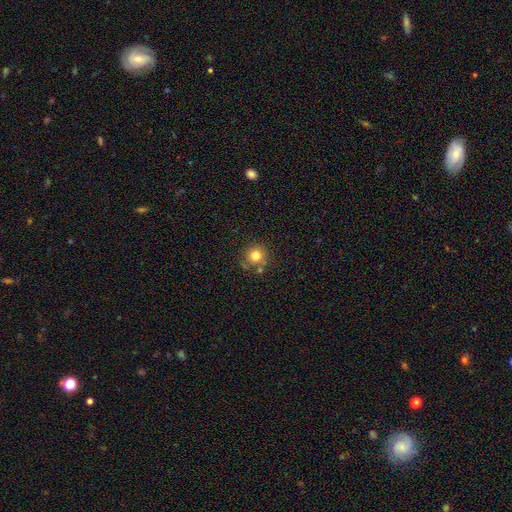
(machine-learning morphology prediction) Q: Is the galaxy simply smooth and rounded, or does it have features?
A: smooth — 78%.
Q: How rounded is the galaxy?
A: round — 92%.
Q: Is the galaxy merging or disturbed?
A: none — 72%.